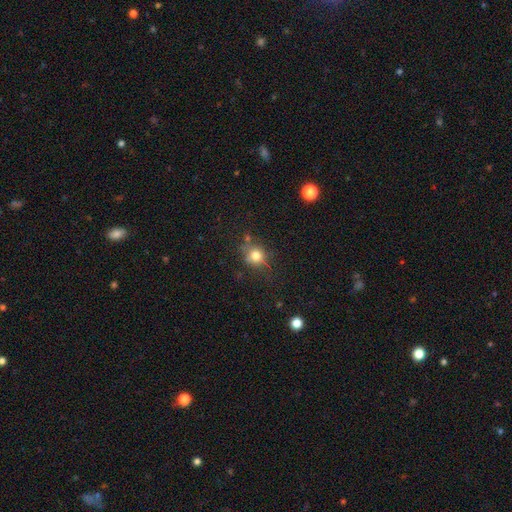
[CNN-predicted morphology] Q: Smooth or featured?
A: smooth (76%); runner-up: star or artifact (14%)
Q: How rounded?
A: round (80%); runner-up: in between (19%)
Q: Merging?
A: none (67%); runner-up: minor disturbance (19%)